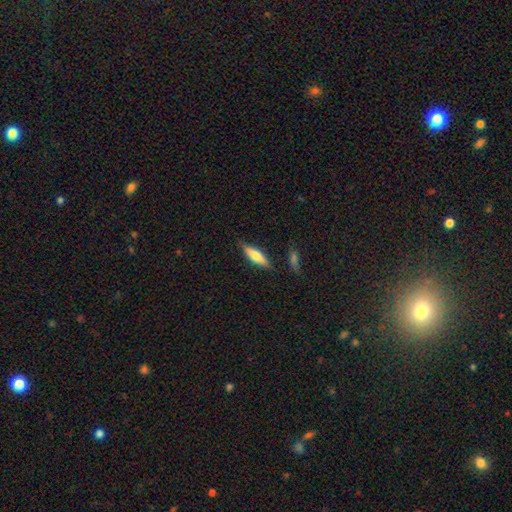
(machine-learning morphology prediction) A smooth galaxy with no disk features (64%) that is cigar-shaped (60%). Merging: none (79%).